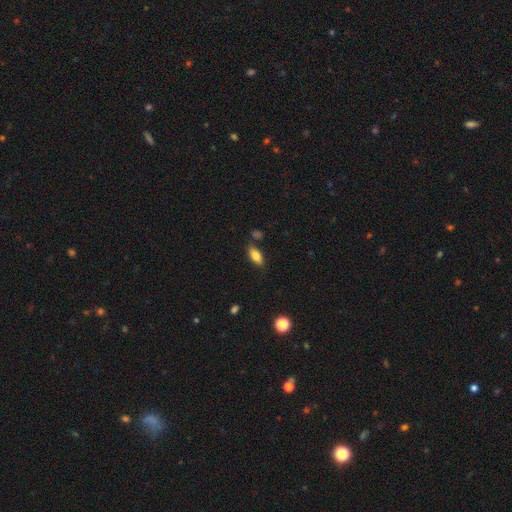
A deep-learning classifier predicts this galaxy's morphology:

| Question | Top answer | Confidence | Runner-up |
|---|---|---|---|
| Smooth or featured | smooth | 83% | featured or disk (9%) |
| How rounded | in between | 87% | cigar-shaped (10%) |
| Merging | none | 79% | minor disturbance (13%) |